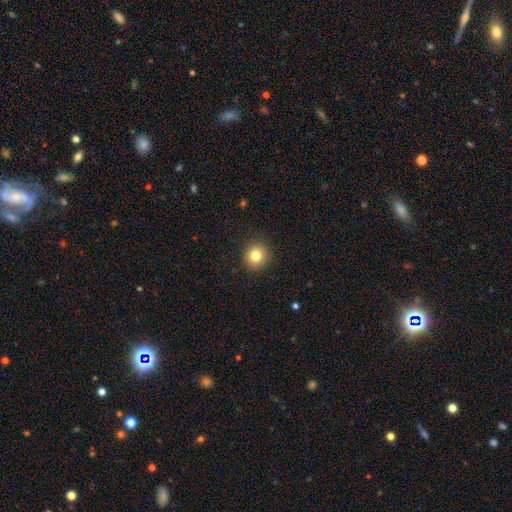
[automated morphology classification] The model was most divided on "smooth or featured": smooth: 81%, star or artifact: 11%, featured or disk: 8%. More confident: merging — none (91%); how rounded — round (89%).